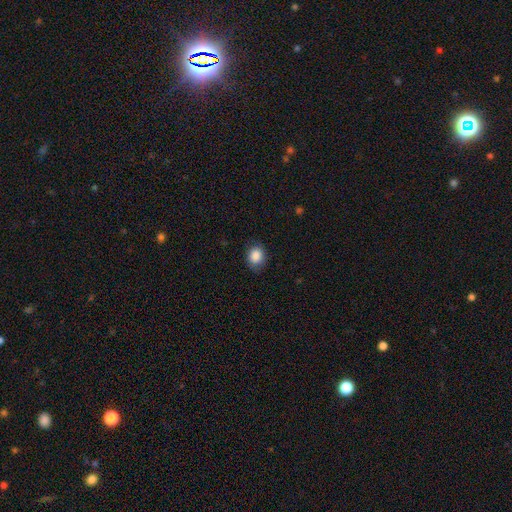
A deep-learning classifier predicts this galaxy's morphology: Q: Smooth or featured?
A: smooth (88%); runner-up: star or artifact (8%)
Q: How rounded?
A: round (56%); runner-up: in between (43%)
Q: Merging?
A: none (80%); runner-up: minor disturbance (16%)